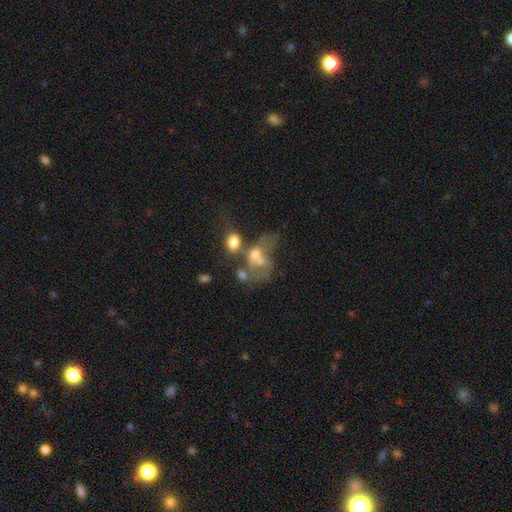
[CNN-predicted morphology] A featured or disk galaxy (45%).

Vote fractions:
- Smooth or featured? featured or disk: 45% / smooth: 38% / star or artifact: 16%
- Merging? merger: 51% / major disturbance: 24% / none: 16% / minor disturbance: 9%